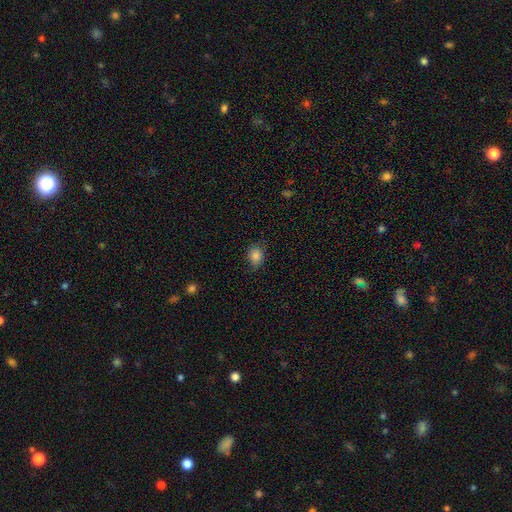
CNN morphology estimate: Smooth or featured: smooth — 85% (star or artifact — 10%)
How rounded: in between — 51% (round — 48%)
Merging: none — 76% (minor disturbance — 19%)